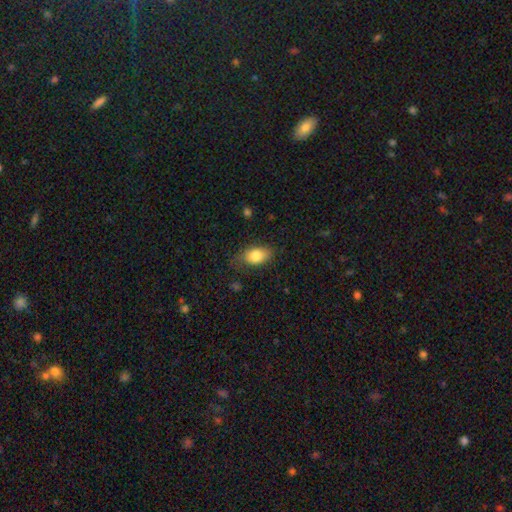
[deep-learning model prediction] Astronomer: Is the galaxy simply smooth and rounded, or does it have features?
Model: smooth — 81%.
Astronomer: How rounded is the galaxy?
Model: in between — 88%.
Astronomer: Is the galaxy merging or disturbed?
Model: none — 73%.